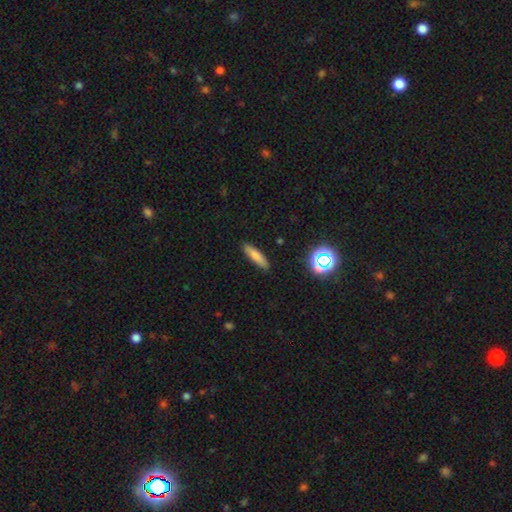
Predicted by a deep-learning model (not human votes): This is likely a smooth galaxy (78%). How rounded: likely cigar-shaped (72%). Merging: clearly none (88%).